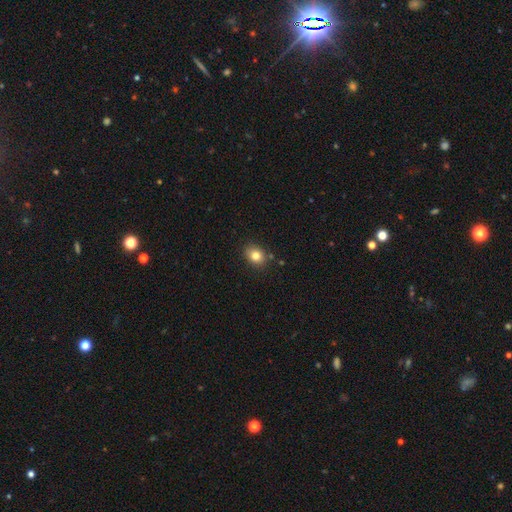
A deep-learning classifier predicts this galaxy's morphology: A smooth galaxy with no disk features (81%) that is round (51%).

Vote fractions:
- Smooth or featured? smooth: 81% / star or artifact: 11% / featured or disk: 8%
- How rounded? round: 51% / in between: 48% / cigar-shaped: 1%
- Merging? none: 83% / minor disturbance: 11% / merger: 3% / major disturbance: 2%